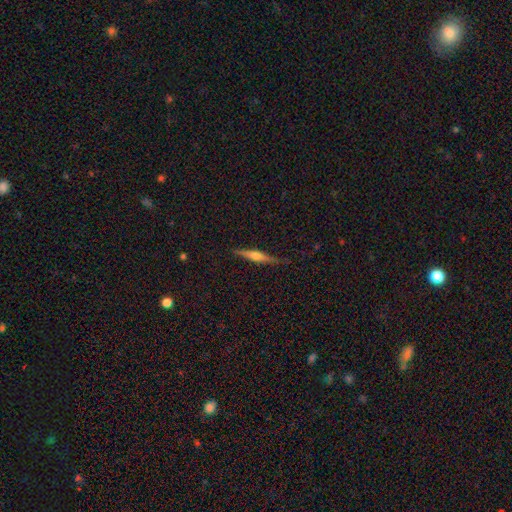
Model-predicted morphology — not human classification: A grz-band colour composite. It shows a featured or disk galaxy (65%) viewed edge-on (97%) with a rounded central bulge (80%). Merging: none (86%).